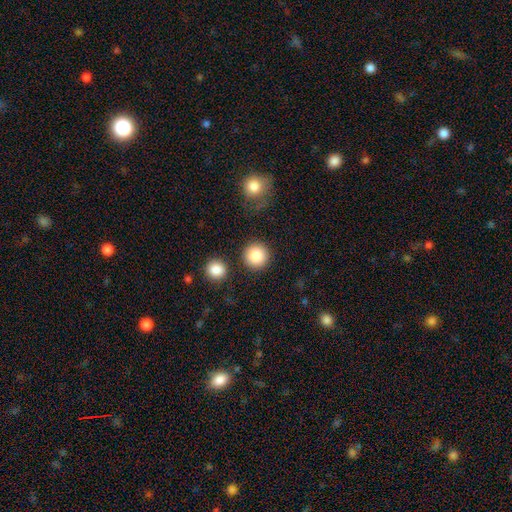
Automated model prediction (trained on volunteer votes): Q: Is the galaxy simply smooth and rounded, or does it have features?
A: smooth — 87%.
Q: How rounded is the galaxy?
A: round — 96%.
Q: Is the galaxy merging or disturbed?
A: none — 87%.